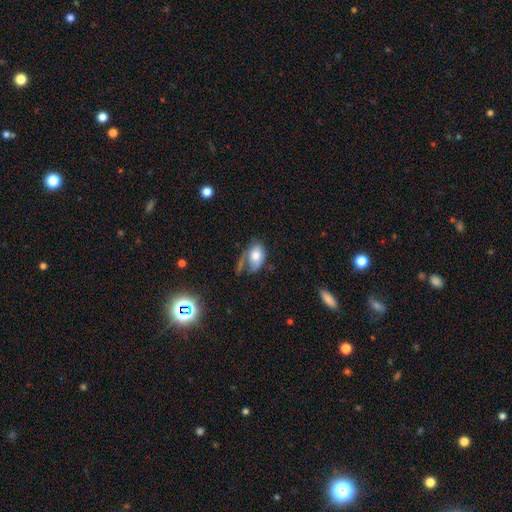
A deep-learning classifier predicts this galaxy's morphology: This appears to be a smooth galaxy with no disk features (66%) that is in between round and cigar-shaped (87%). Merging: major disturbance (33%).